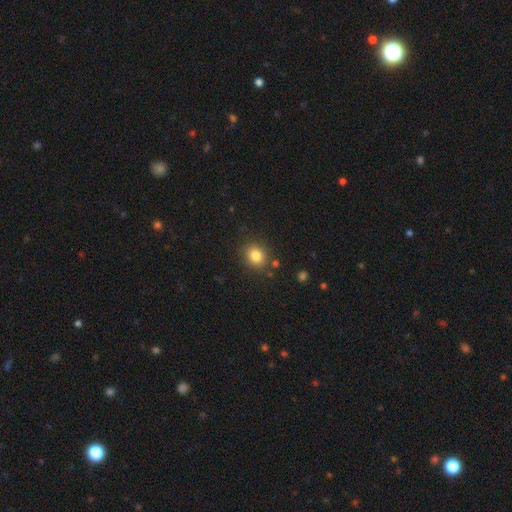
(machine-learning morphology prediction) Smooth or featured?
  - smooth: 83% *
  - star or artifact: 11%
  - featured or disk: 6%
How rounded?
  - round: 68% *
  - in between: 32%
  - cigar-shaped: 1%
Merging?
  - none: 84% *
  - minor disturbance: 9%
  - merger: 3%
  - major disturbance: 3%